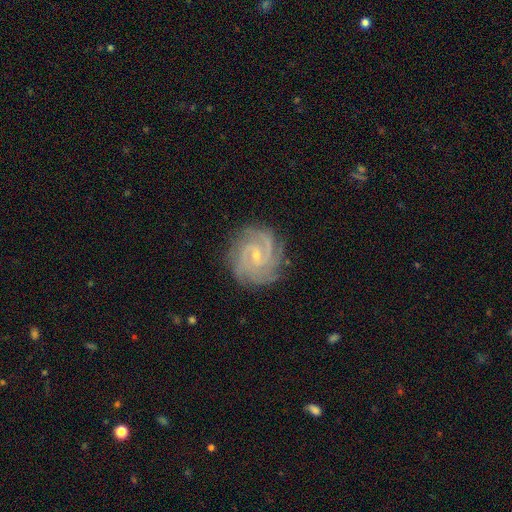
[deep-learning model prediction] This appears to be a featured or disk galaxy (89%) with a weak bar (44%), 3 (29%) tight (68%) spiral arms (98%) and a small central bulge (74%). Merging: none (82%).